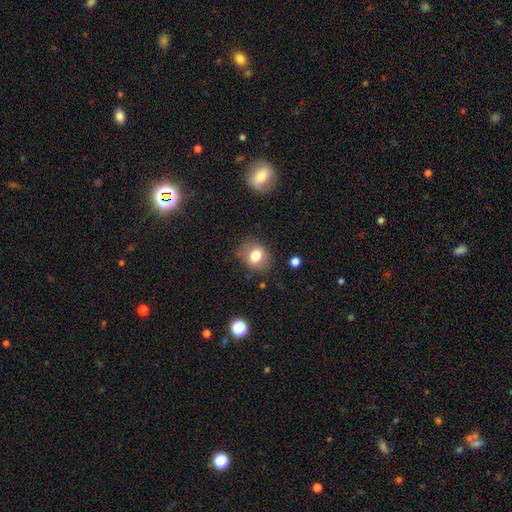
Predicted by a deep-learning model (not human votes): Q: Smooth or featured?
A: smooth (75%); runner-up: featured or disk (15%)
Q: How rounded?
A: round (55%); runner-up: in between (43%)
Q: Merging?
A: none (75%); runner-up: minor disturbance (18%)